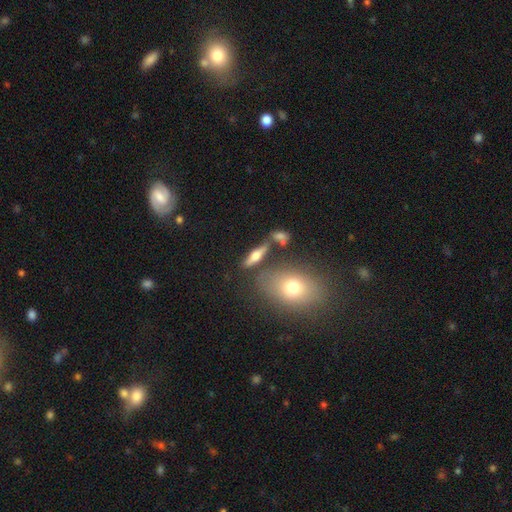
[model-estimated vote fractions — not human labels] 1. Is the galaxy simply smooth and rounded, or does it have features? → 46% featured or disk, 45% smooth, 10% star or artifact.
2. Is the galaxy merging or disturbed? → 65% none, 14% merger, 14% minor disturbance, 7% major disturbance.